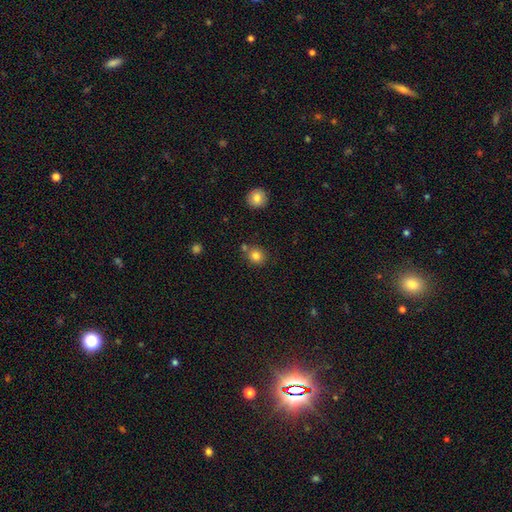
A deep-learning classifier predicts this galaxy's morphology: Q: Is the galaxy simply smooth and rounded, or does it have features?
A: smooth — 82%.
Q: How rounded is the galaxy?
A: round — 86%.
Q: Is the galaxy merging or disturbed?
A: none — 74%.